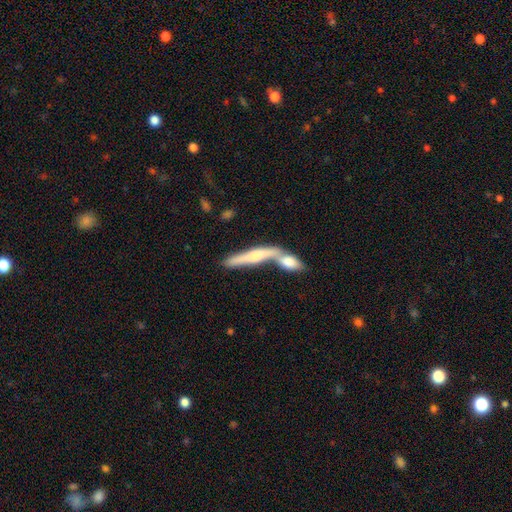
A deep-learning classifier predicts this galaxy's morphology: The model was most divided on "smooth or featured": featured or disk: 52%, smooth: 41%, star or artifact: 7%. More confident: edge-on disk — yes (85%); merging — merger (54%).